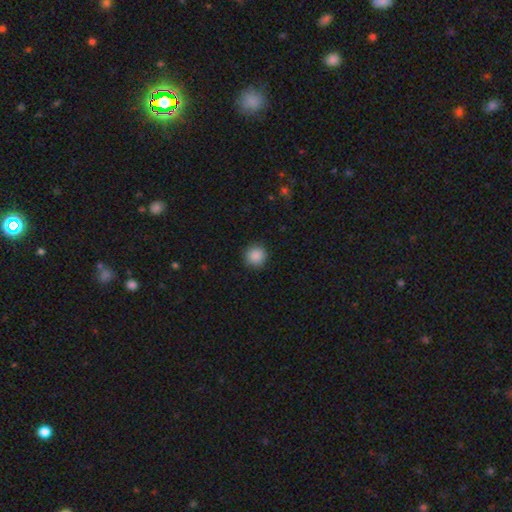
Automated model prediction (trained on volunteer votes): Smooth or featured: smooth — 88% (star or artifact — 9%)
How rounded: round — 94% (in between — 5%)
Merging: none — 91% (minor disturbance — 6%)